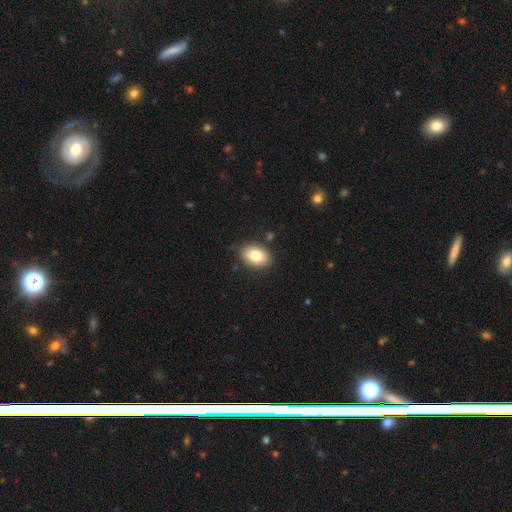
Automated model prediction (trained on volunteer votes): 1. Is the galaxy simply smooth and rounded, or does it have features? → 83% smooth, 10% featured or disk, 8% star or artifact.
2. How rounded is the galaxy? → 85% in between, 14% round, 1% cigar-shaped.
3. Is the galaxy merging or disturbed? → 85% none, 11% minor disturbance, 2% major disturbance, 2% merger.